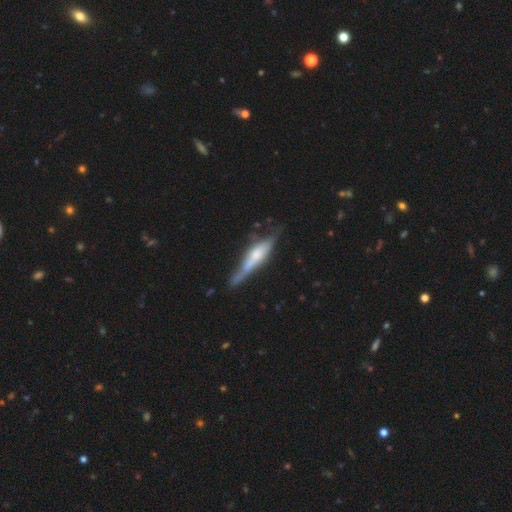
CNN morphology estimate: This is possibly a featured or disk galaxy (59%). It is clearly viewed edge-on (88%). Edge-on bulge: possibly rounded (54%). Merging: possibly none (52%).